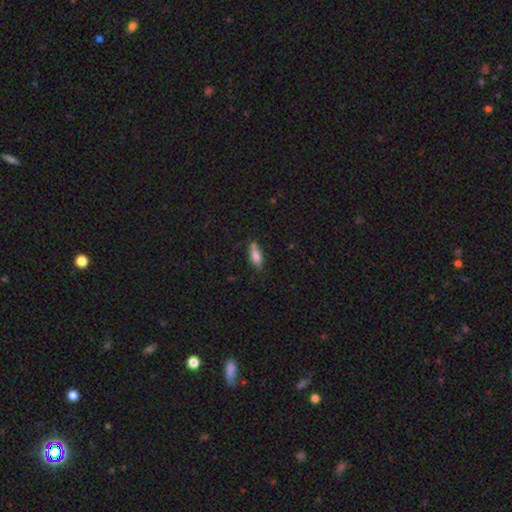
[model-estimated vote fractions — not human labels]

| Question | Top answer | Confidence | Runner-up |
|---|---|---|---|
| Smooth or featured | smooth | 76% | featured or disk (16%) |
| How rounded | in between | 63% | cigar-shaped (35%) |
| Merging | none | 73% | minor disturbance (19%) |